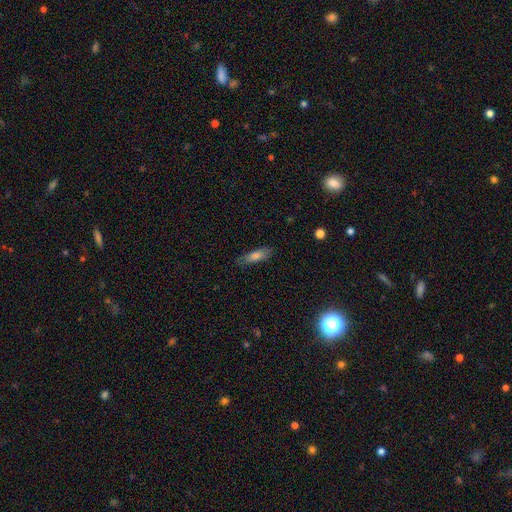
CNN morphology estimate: Smooth or featured?
  - smooth: 74% *
  - featured or disk: 18%
  - star or artifact: 8%
How rounded?
  - in between: 50% *
  - cigar-shaped: 48%
  - round: 2%
Merging?
  - none: 80% *
  - minor disturbance: 15%
  - major disturbance: 3%
  - merger: 1%